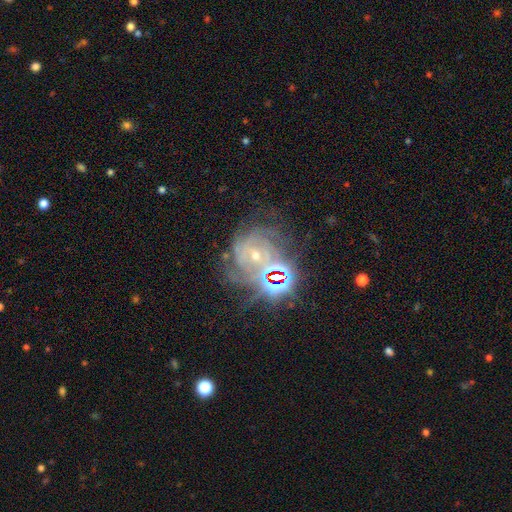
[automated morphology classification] This appears to be a featured or disk galaxy (67%) with no bar (61%), tight (67%) spiral arms (93%) and a small central bulge (61%). Merging: none (58%).